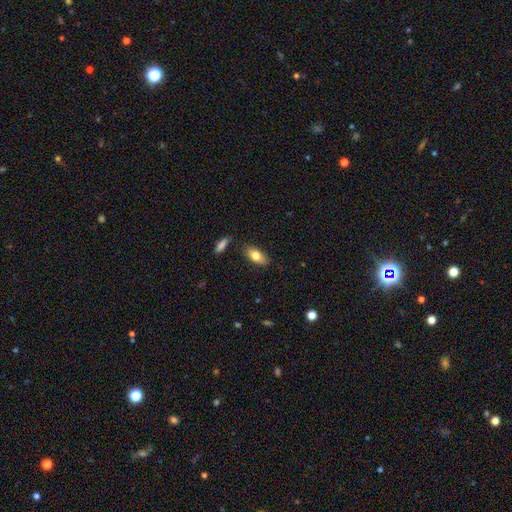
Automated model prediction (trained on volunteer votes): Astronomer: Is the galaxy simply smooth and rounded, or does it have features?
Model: smooth — 77%.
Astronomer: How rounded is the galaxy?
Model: in between — 86%.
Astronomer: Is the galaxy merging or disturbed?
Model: none — 82%.